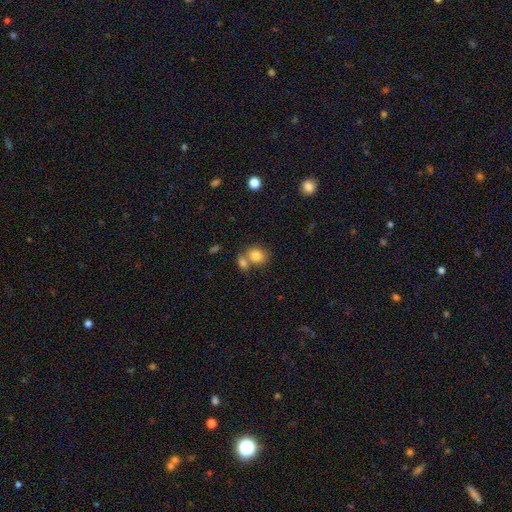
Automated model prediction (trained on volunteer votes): A smooth galaxy with no disk features (83%) that is round (56%). Merging: merger (43%, tied with none).